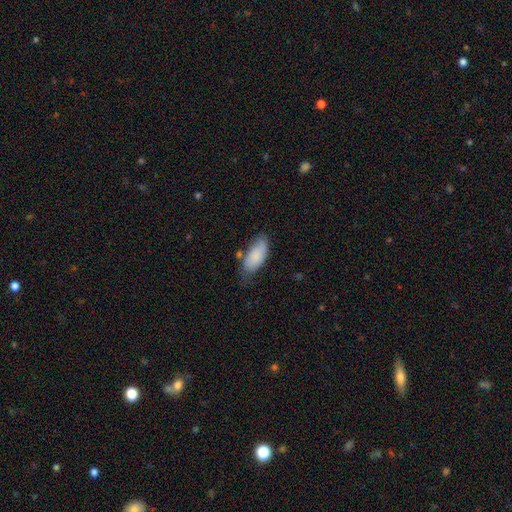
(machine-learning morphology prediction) A smooth galaxy with no disk features (80%) that is in between round and cigar-shaped (89%). Merging: none (55%).